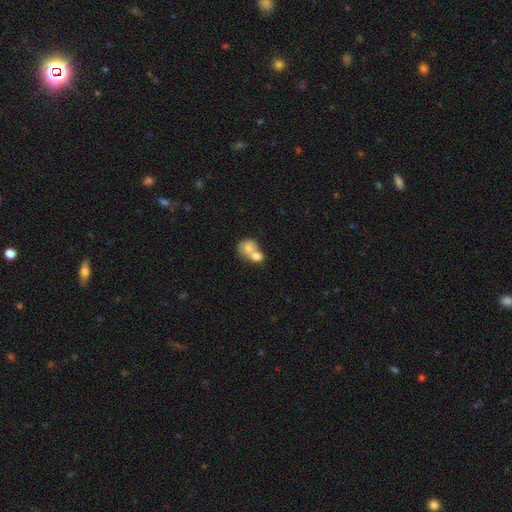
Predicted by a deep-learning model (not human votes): Overall: smooth (72%). How rounded: round (58%; in between 41%). Merging: merger (71%).